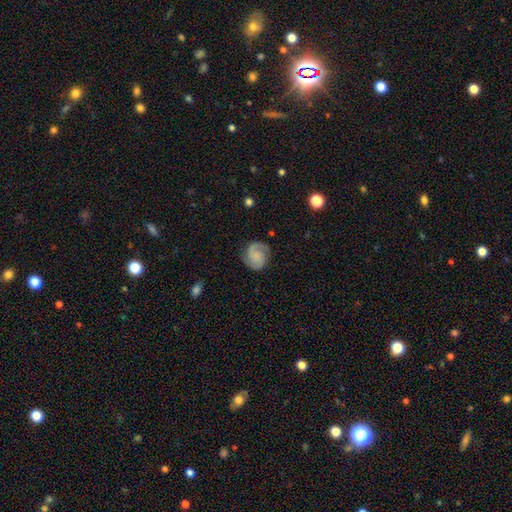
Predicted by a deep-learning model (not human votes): The model was most divided on "spiral winding": medium: 44%, tight: 43%, loose: 14%. More confident: edge-on disk — no (98%); spiral arms — yes (97%); spiral arm count — 2 (85%); merging — none (79%); smooth or featured — featured or disk (74%); bar — no (65%); bulge size — none (50%).